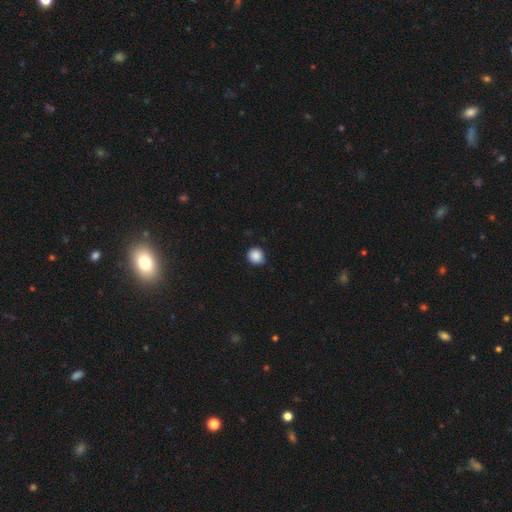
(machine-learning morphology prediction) Q: Smooth or featured?
A: smooth (89%); runner-up: star or artifact (9%)
Q: How rounded?
A: round (87%); runner-up: in between (12%)
Q: Merging?
A: none (87%); runner-up: minor disturbance (10%)